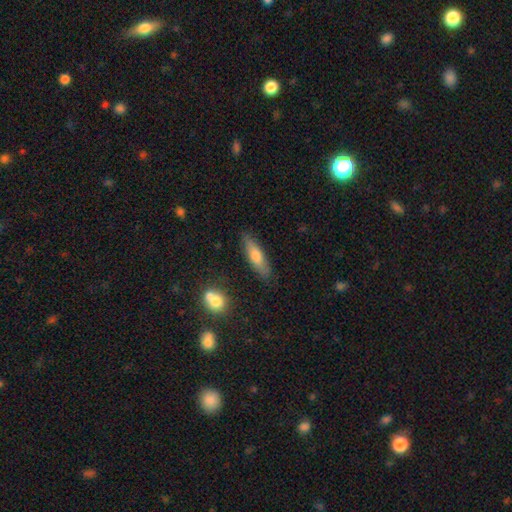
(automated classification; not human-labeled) Smooth or featured? Predicted: smooth (p=0.63). How rounded? Predicted: cigar-shaped (p=0.65). Merging? Predicted: none (p=0.84).